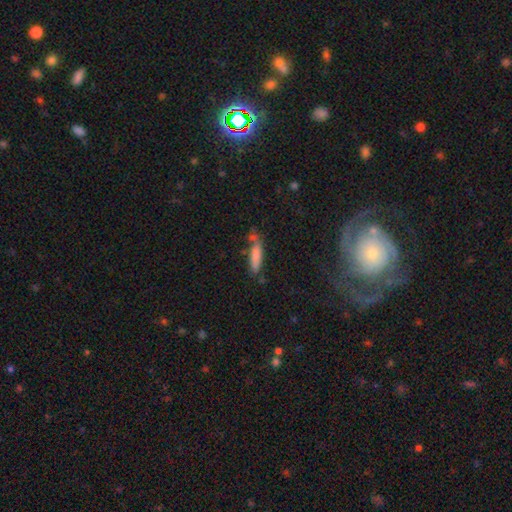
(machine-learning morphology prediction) A smooth galaxy with no disk features (79%) that is cigar-shaped (72%).

Vote fractions:
- Smooth or featured? smooth: 79% / featured or disk: 13% / star or artifact: 8%
- How rounded? cigar-shaped: 72% / in between: 26% / round: 2%
- Merging? none: 55% / minor disturbance: 23% / merger: 14% / major disturbance: 9%